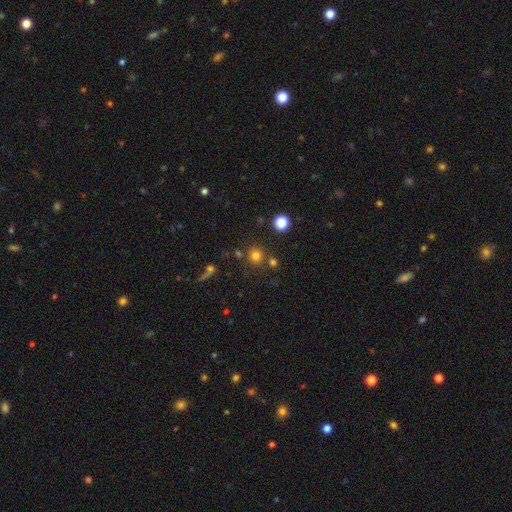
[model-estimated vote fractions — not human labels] smooth 75%, star or artifact 18%, featured or disk 7%. Down the decision tree: how rounded — round (91%); merging — none (76%).